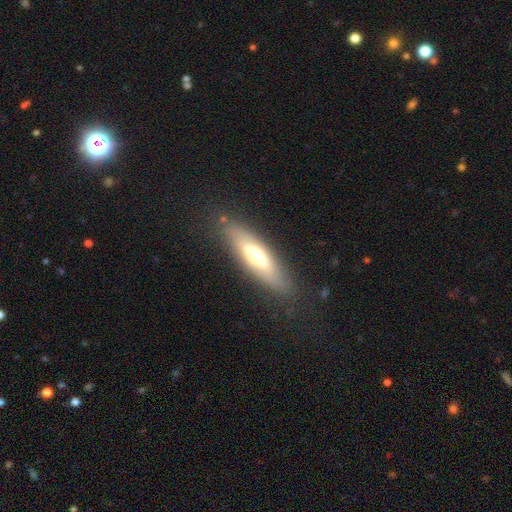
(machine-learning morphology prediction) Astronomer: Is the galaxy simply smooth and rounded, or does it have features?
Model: smooth — 50% (runner-up: featured or disk, 43%).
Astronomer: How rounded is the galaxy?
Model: cigar-shaped — 60% (runner-up: in between, 38%).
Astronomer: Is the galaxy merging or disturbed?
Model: none — 81%.